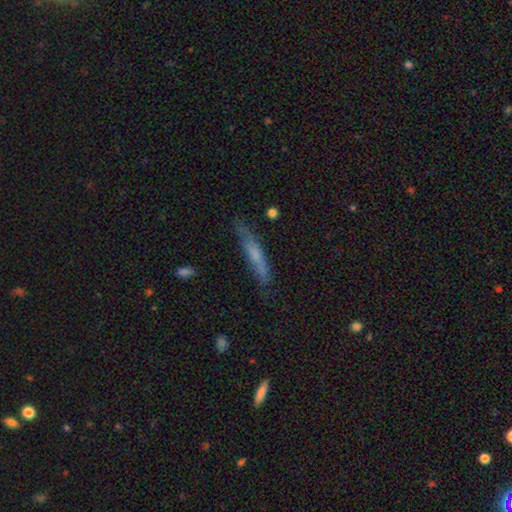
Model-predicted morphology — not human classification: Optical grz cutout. It shows a smooth galaxy with no disk features (55%) that is cigar-shaped (89%). Merging: none (68%).